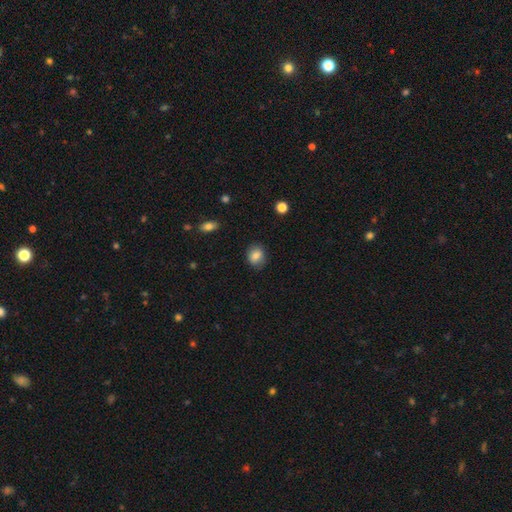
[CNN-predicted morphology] This appears to be a smooth galaxy with no disk features (81%) that is round (59%). Merging: none (83%).